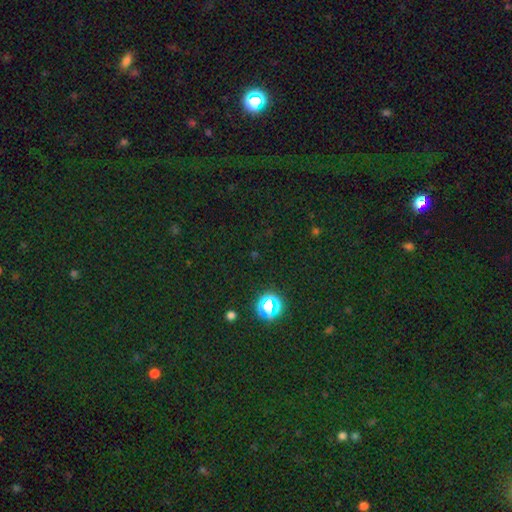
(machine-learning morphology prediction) smooth_or_featured: star or artifact (p=0.69) [alt: smooth p=0.24]